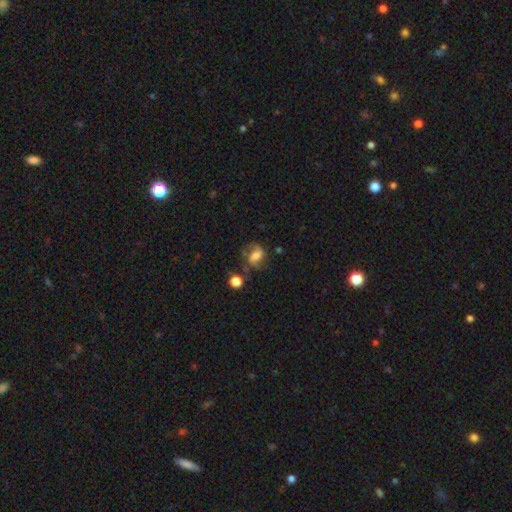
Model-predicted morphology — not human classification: smooth_or_featured: featured or disk (p=0.54) [alt: smooth p=0.35]
disk_edge_on: no (p=0.96) [alt: yes p=0.04]
bar: weak (p=0.41) [alt: no p=0.37]
has_spiral_arms: yes (p=0.82) [alt: no p=0.18]
bulge_size: moderate (p=0.43) [alt: small p=0.22]
merging: none (p=0.50) [alt: minor disturbance p=0.22]